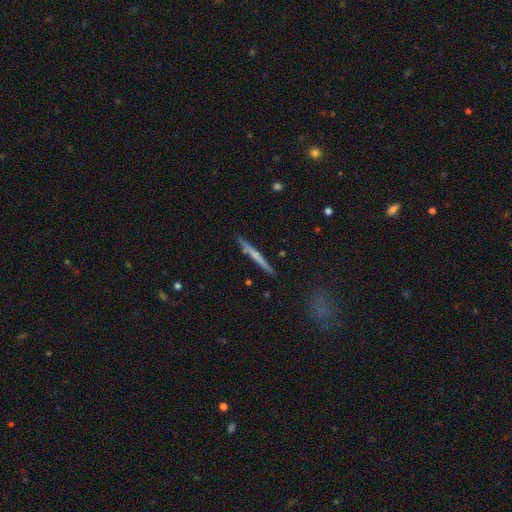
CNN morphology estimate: Q: Smooth or featured?
A: smooth (52%); runner-up: featured or disk (42%)
Q: How rounded?
A: cigar-shaped (96%); runner-up: in between (2%)
Q: Merging?
A: none (88%); runner-up: minor disturbance (8%)